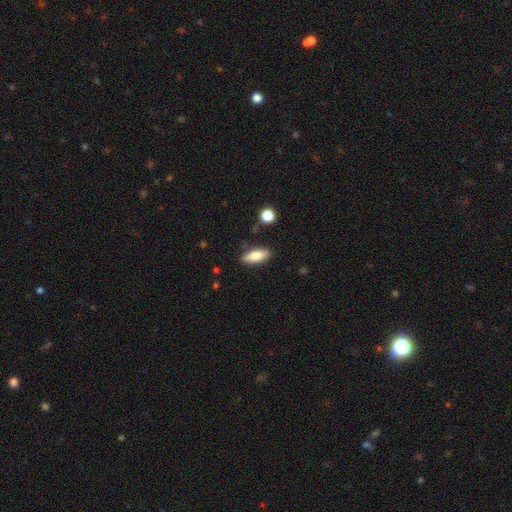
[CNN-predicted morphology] A smooth galaxy with no disk features (74%) that is in between round and cigar-shaped (70%).

Vote fractions:
- Smooth or featured? smooth: 74% / featured or disk: 19% / star or artifact: 7%
- How rounded? in between: 70% / cigar-shaped: 27% / round: 3%
- Merging? none: 84% / minor disturbance: 11% / major disturbance: 2% / merger: 2%